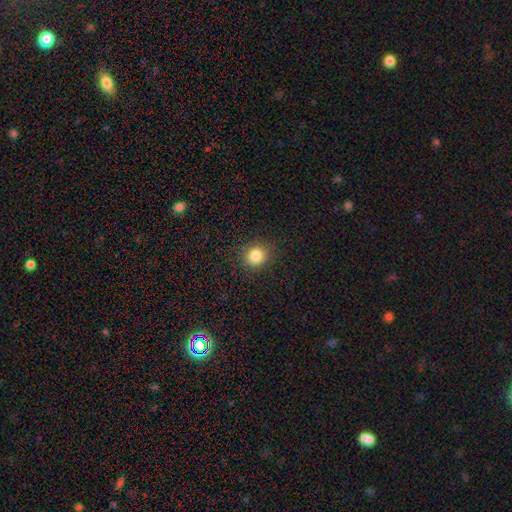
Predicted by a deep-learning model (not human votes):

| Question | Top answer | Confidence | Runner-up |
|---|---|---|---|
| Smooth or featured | smooth | 84% | star or artifact (12%) |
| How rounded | round | 85% | in between (14%) |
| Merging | none | 87% | minor disturbance (9%) |